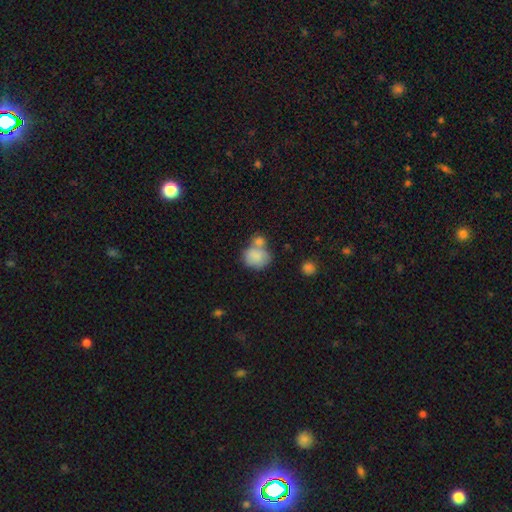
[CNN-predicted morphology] smooth-or-featured: smooth: 80% | featured or disk: 12% | star or artifact: 8%
  how-rounded: round: 63% | in between: 36% | cigar-shaped: 1%
  merging: merger: 43% | none: 34% | minor disturbance: 15% | major disturbance: 7%